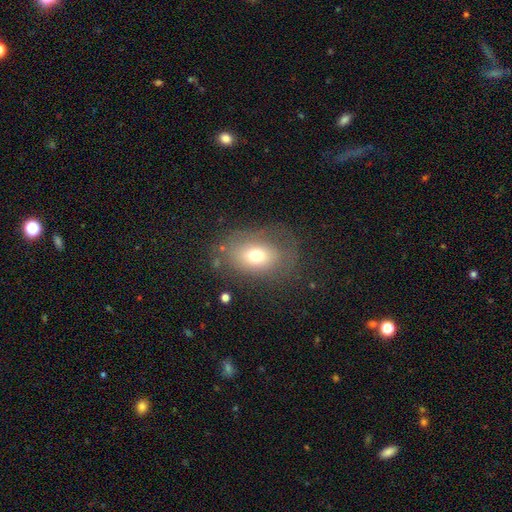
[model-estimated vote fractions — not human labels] This appears to be a smooth galaxy with no disk features (67%) that is in between round and cigar-shaped (73%). Merging: none (65%).